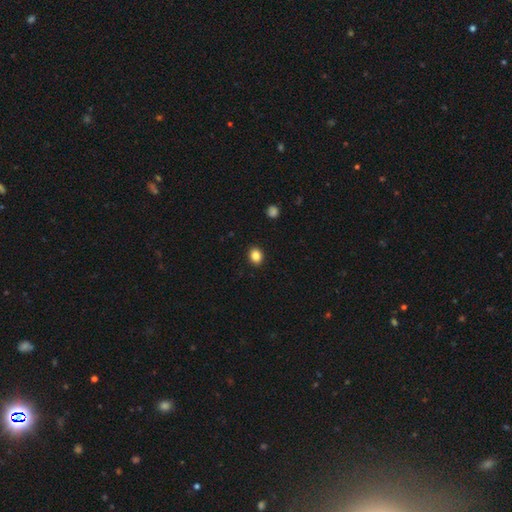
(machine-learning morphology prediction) The model was most divided on "how rounded": round: 50%, in between: 49%, cigar-shaped: 1%. More confident: merging — none (91%); smooth or featured — smooth (86%).